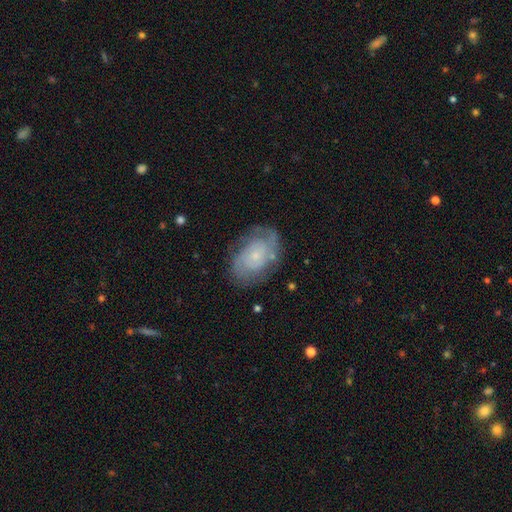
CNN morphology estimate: Smooth or featured? Predicted: featured or disk (p=0.75). Edge-on disk? Predicted: no (p=0.97). Bar? Predicted: no (p=0.74). Spiral arms? Predicted: yes (p=0.91). Spiral winding? Predicted: tight (p=0.51). Spiral arm count? Predicted: 2 (p=0.59). Bulge size? Predicted: small (p=0.74). Merging? Predicted: none (p=0.73).